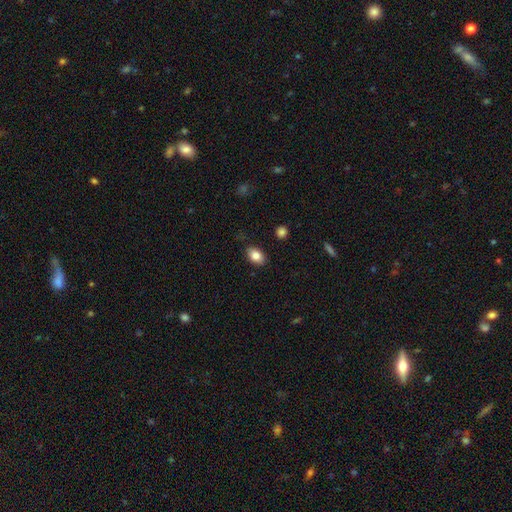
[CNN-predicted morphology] This is clearly a smooth galaxy (83%). How rounded: clearly in between (86%). Merging: clearly none (85%).